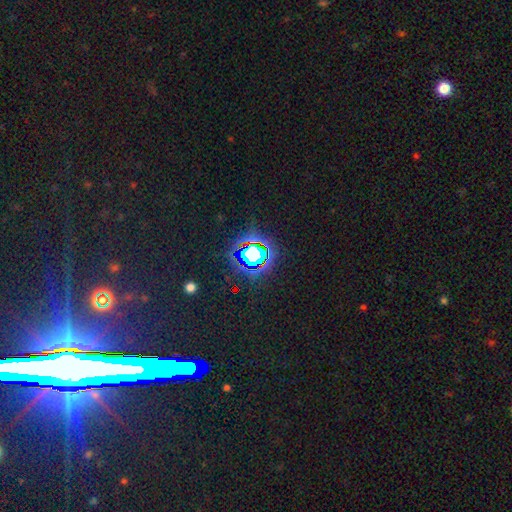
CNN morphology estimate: Q: Smooth or featured?
A: star or artifact (77%); runner-up: smooth (15%)